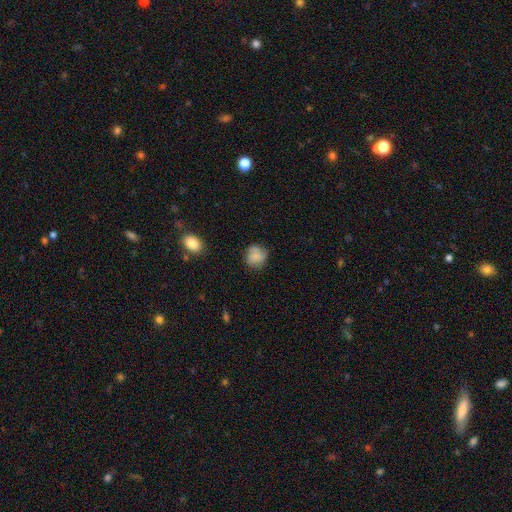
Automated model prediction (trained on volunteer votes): Smooth or featured?
  - smooth: 70% *
  - featured or disk: 21%
  - star or artifact: 9%
How rounded?
  - round: 83% *
  - in between: 16%
  - cigar-shaped: 1%
Merging?
  - none: 74% *
  - minor disturbance: 18%
  - major disturbance: 6%
  - merger: 2%